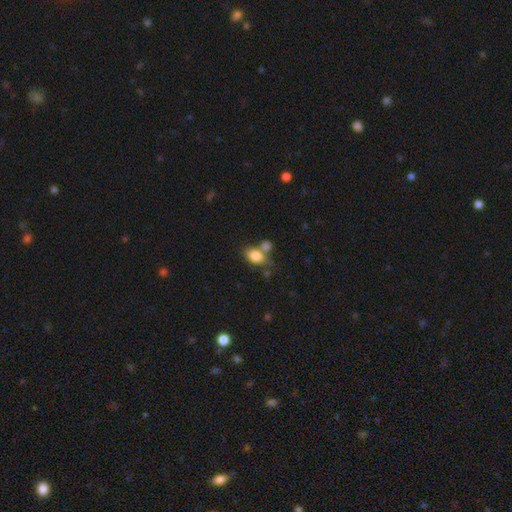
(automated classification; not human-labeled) Smooth or featured?
  - smooth: 82% *
  - star or artifact: 9%
  - featured or disk: 9%
How rounded?
  - in between: 76% *
  - round: 22%
  - cigar-shaped: 2%
Merging?
  - none: 50% *
  - merger: 31%
  - minor disturbance: 13%
  - major disturbance: 5%